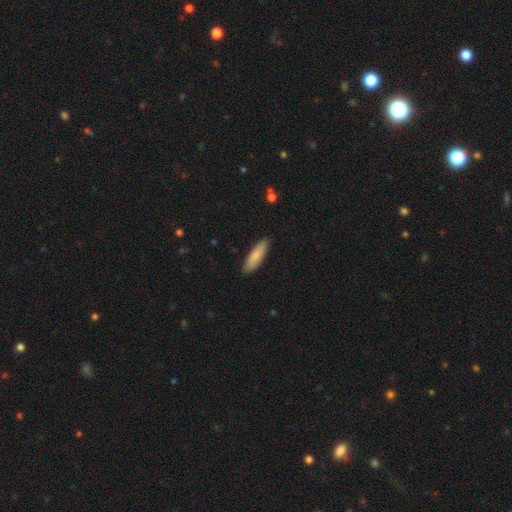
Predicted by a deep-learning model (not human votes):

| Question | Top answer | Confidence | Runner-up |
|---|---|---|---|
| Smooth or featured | smooth | 85% | featured or disk (10%) |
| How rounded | cigar-shaped | 57% | in between (41%) |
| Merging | none | 88% | minor disturbance (9%) |